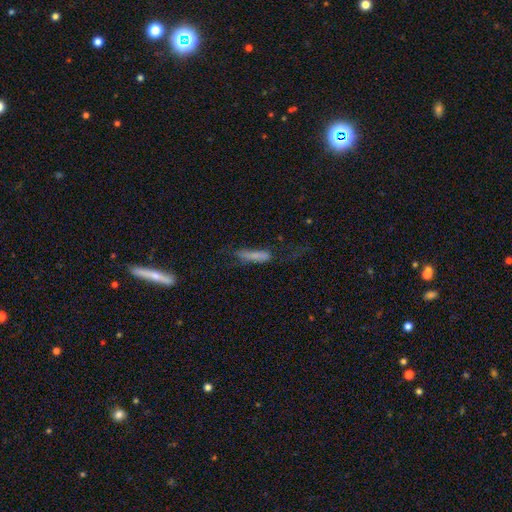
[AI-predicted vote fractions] A smooth galaxy with no disk features (68%) that is cigar-shaped (80%). Merging: none (40%).